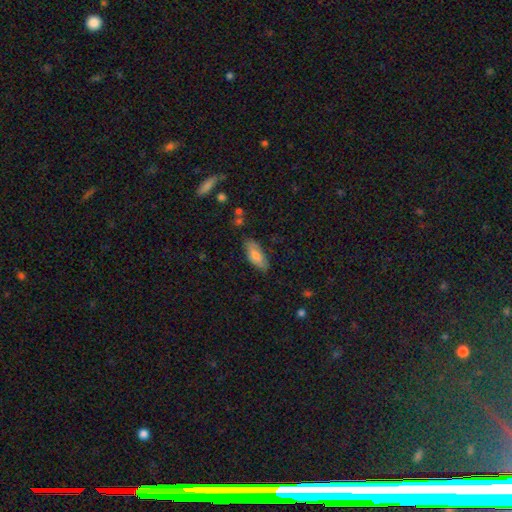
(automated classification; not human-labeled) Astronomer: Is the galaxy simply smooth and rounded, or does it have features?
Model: smooth — 73%.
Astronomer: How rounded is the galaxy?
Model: in between — 82%.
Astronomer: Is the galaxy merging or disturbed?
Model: none — 77%.